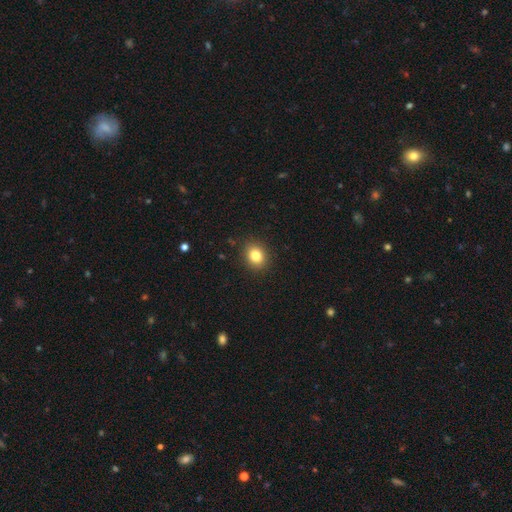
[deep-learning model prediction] Smooth or featured? Predicted: smooth (p=0.83). How rounded? Predicted: round (p=0.60). Merging? Predicted: none (p=0.89).